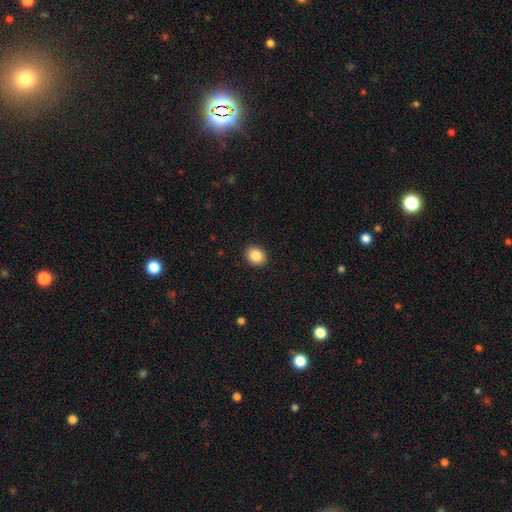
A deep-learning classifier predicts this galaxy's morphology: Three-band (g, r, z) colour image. It shows a smooth galaxy with no disk features (86%) that is round (57%). Merging: none (91%).